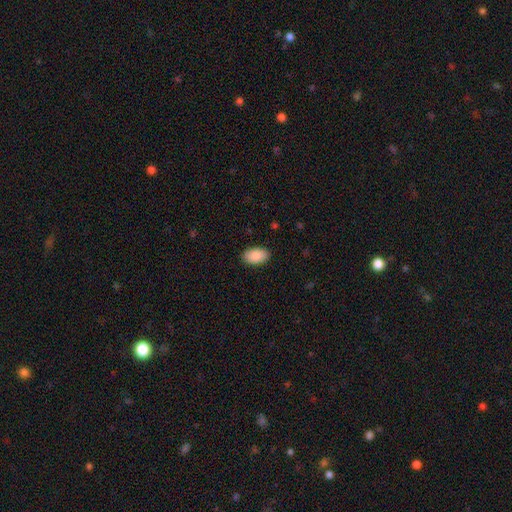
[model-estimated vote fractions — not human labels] Overall: smooth (89%). How rounded: in between (94%). Merging: none (88%).